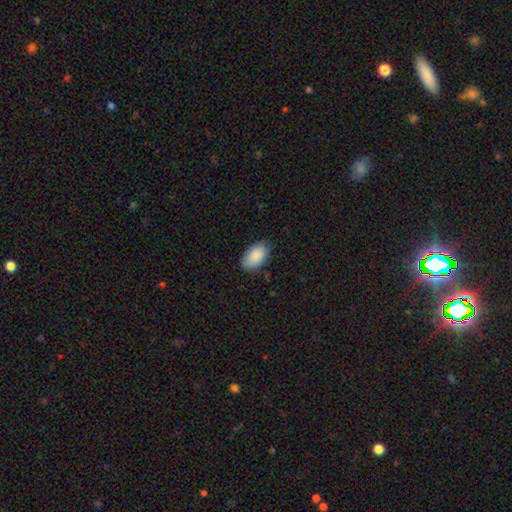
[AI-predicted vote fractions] Overall: smooth (89%). How rounded: in between (94%). Merging: none (81%).